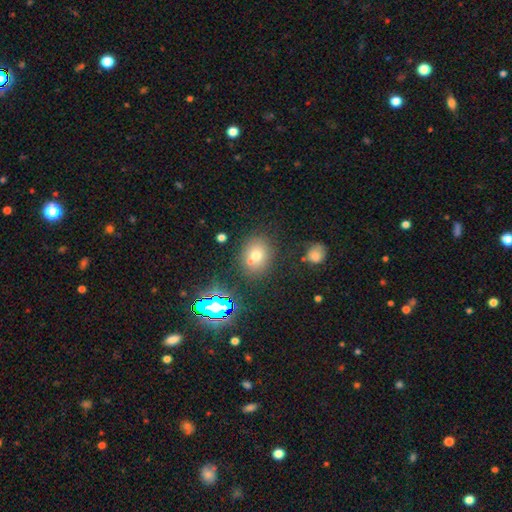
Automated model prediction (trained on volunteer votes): smooth-or-featured: smooth: 64% | star or artifact: 21% | featured or disk: 14%
  how-rounded: round: 51% | in between: 48% | cigar-shaped: 1%
  merging: none: 65% | merger: 19% | minor disturbance: 11% | major disturbance: 4%